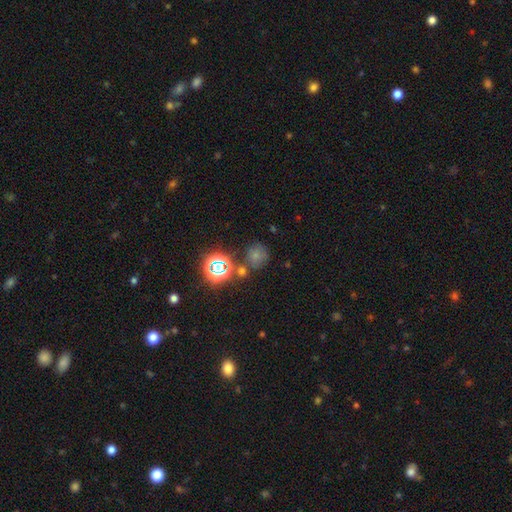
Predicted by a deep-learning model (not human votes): Overall: smooth (61%; star or artifact 30%). How rounded: round (83%). Merging: none (61%).